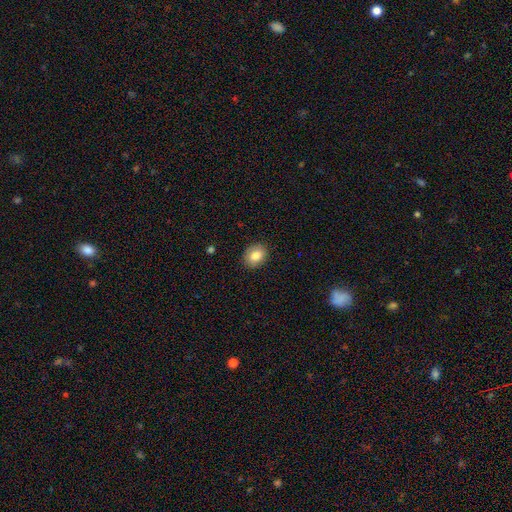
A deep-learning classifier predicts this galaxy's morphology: smooth 83%, featured or disk 9%, star or artifact 8%. Down the decision tree: how rounded — in between (58%); merging — none (87%).